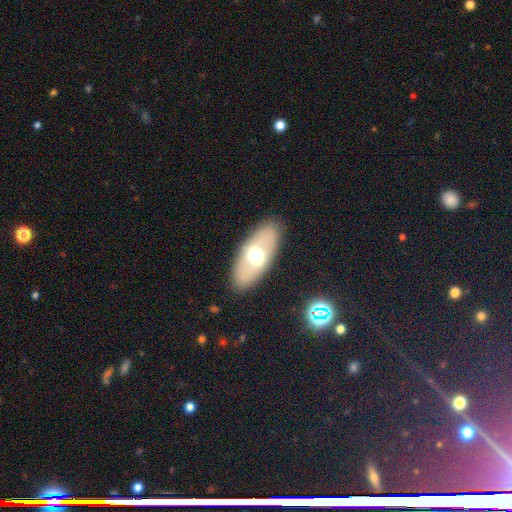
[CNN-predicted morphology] Smooth or featured? Predicted: smooth (p=0.51). How rounded? Predicted: in between (p=0.86). Merging? Predicted: none (p=0.86).